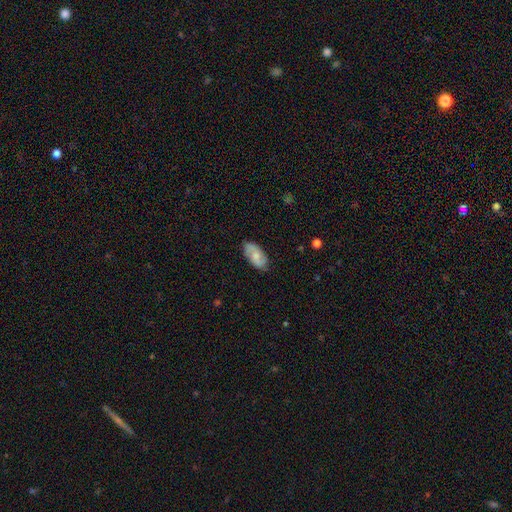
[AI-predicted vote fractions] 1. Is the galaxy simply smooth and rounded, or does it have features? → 50% featured or disk, 44% smooth, 7% star or artifact.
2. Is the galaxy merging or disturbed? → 80% none, 15% minor disturbance, 3% major disturbance, 1% merger.